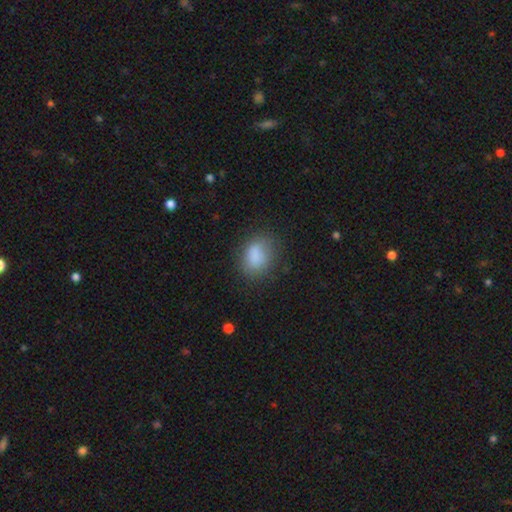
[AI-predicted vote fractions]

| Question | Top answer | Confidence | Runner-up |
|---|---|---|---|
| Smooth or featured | smooth | 83% | star or artifact (9%) |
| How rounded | in between | 68% | round (30%) |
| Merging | none | 71% | minor disturbance (20%) |